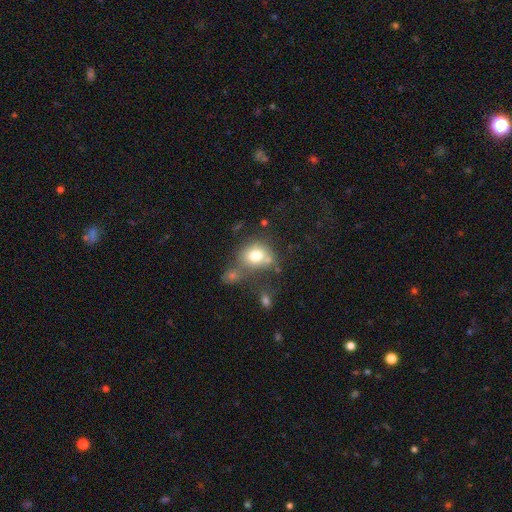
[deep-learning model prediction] Overall: smooth (75%). How rounded: round (59%; in between 40%). Merging: none (43%; merger 28%).